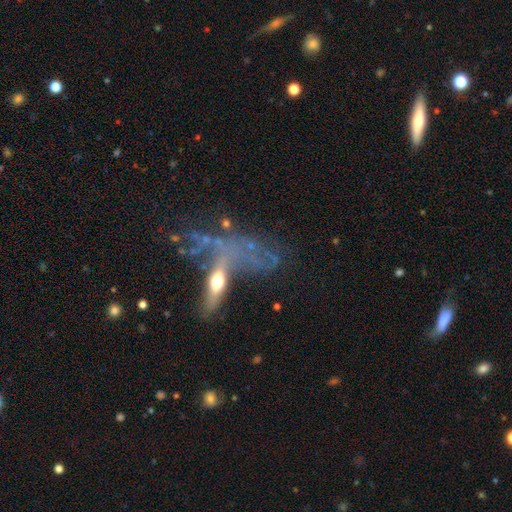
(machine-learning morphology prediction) Overall: featured or disk (56%; smooth 25%). Edge-on disk: no (64%; yes 36%). Merging: major disturbance (43%; none 22%).